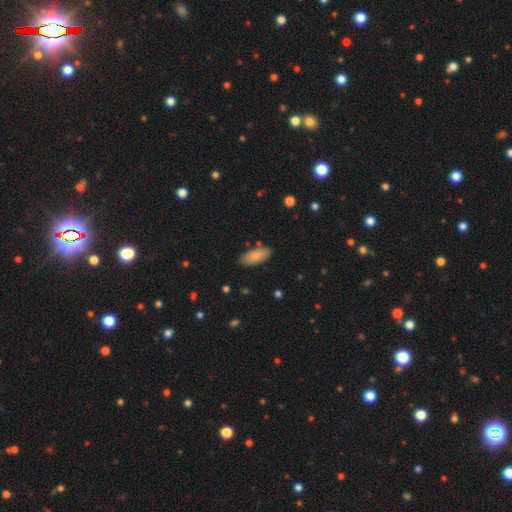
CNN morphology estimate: This is clearly a smooth galaxy (81%). How rounded: clearly in between (84%). Merging: clearly none (84%).